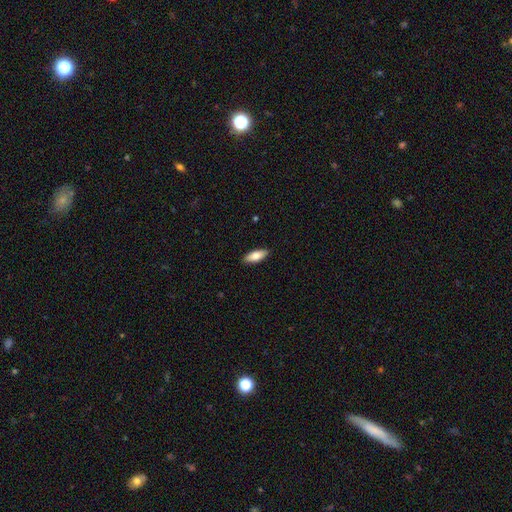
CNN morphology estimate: This appears to be a smooth galaxy with no disk features (79%) that is in between round and cigar-shaped (72%). Merging: none (90%).